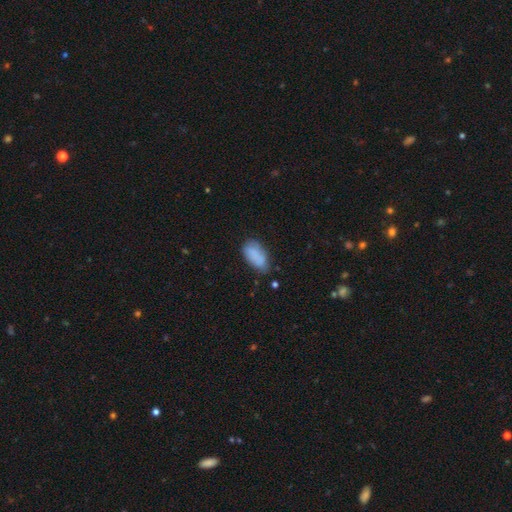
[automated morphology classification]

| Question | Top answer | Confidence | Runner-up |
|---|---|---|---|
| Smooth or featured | smooth | 83% | featured or disk (10%) |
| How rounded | in between | 92% | cigar-shaped (4%) |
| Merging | none | 59% | minor disturbance (30%) |